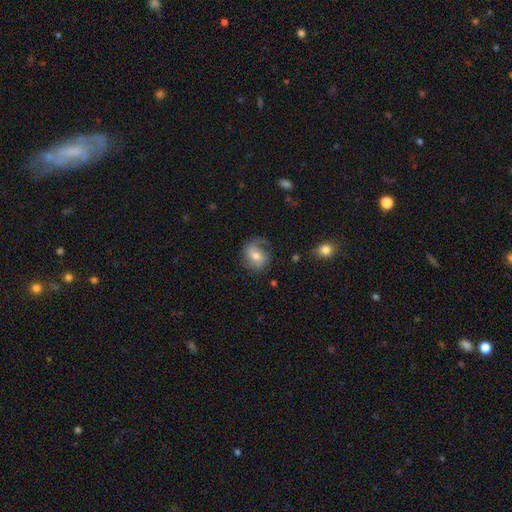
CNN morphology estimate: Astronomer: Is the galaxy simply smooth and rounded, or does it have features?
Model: featured or disk — 55% (runner-up: smooth, 37%).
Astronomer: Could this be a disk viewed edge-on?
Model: no — 96%.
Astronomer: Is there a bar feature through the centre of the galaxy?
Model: no — 44% (runner-up: weak, 40%).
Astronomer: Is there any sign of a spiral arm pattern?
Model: yes — 84%.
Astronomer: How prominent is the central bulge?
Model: moderate — 63%.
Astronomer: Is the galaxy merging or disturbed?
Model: none — 61%.